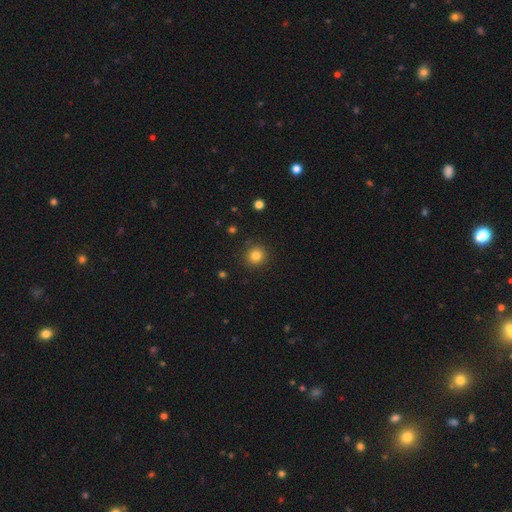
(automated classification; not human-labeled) The model was most divided on "smooth or featured": smooth: 83%, star or artifact: 12%, featured or disk: 6%. More confident: how rounded — round (92%); merging — none (90%).